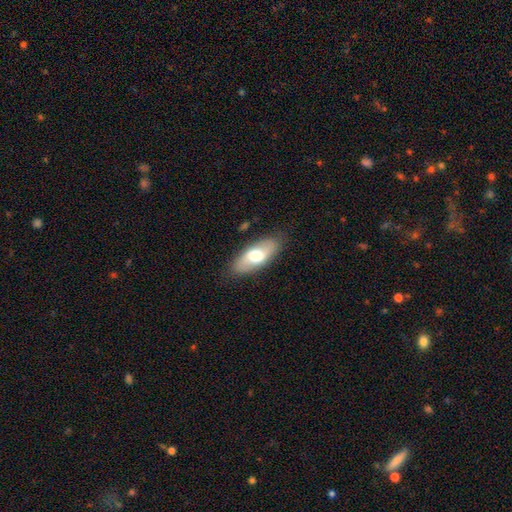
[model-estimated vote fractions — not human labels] This is likely a smooth galaxy (62%). How rounded: clearly in between (83%). Merging: clearly none (84%).